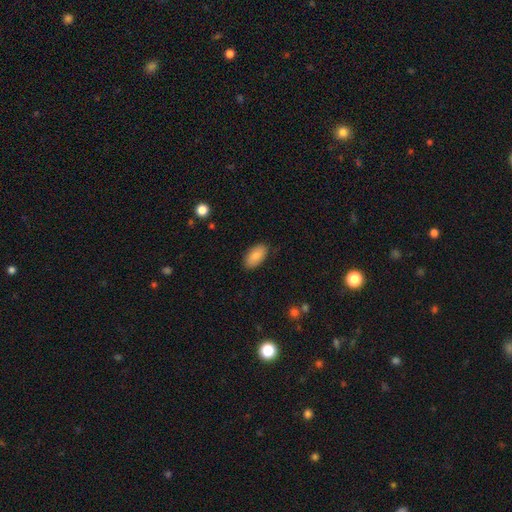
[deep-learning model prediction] Smooth or featured: smooth — 86% (featured or disk — 8%)
How rounded: in between — 94% (cigar-shaped — 4%)
Merging: none — 85% (minor disturbance — 11%)